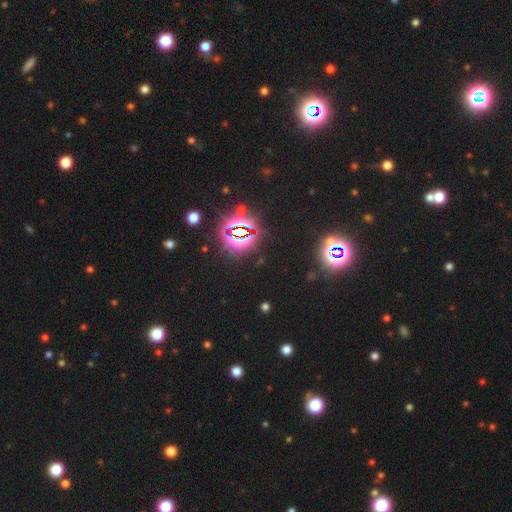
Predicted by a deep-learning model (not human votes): star or artifact 82%, smooth 11%, featured or disk 7%.